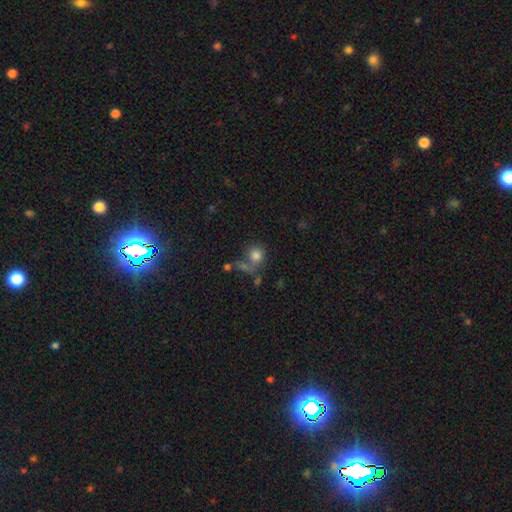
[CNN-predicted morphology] This is likely a smooth galaxy (78%). How rounded: clearly round (81%). Merging: possibly none (48%).